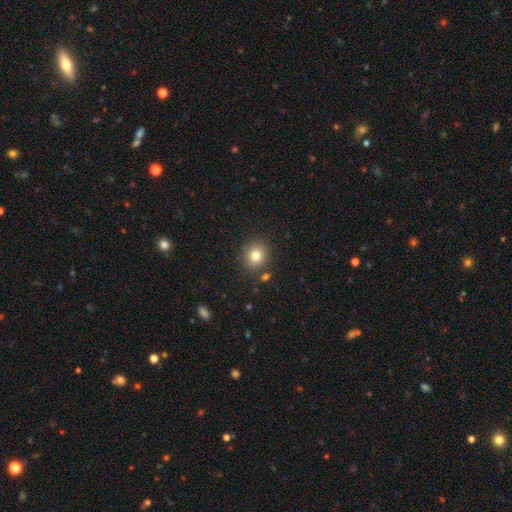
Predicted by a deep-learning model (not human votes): Smooth or featured: smooth — 79% (star or artifact — 13%)
How rounded: round — 82% (in between — 17%)
Merging: none — 84% (minor disturbance — 9%)